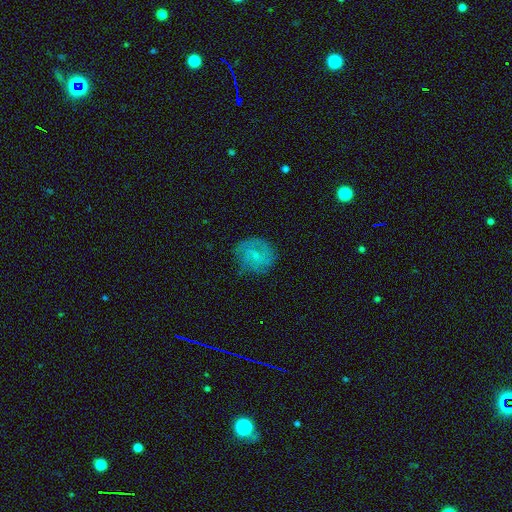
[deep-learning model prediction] This is possibly a featured or disk galaxy (53%). It is clearly not viewed edge-on (98%). Bar: likely no (65%). Spiral arm pattern: clearly yes (83%). Central bulge: likely small (69%). Merging: likely none (73%).